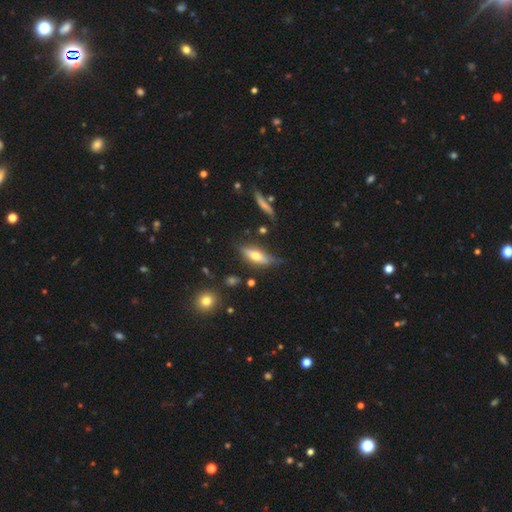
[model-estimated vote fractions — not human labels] Smooth or featured: smooth — 47% (featured or disk — 45%)
Merging: none — 67% (minor disturbance — 23%)